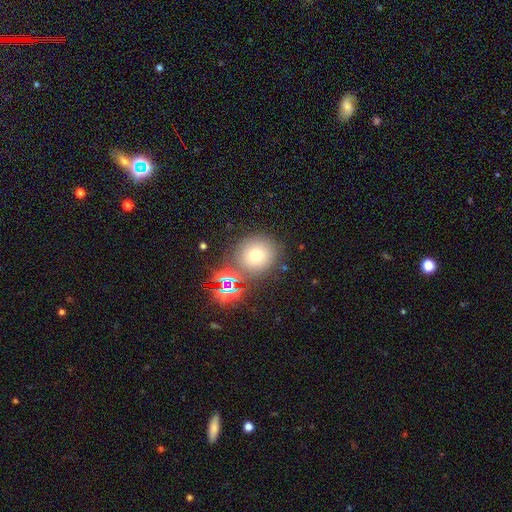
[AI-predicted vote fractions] Smooth or featured? smooth (66%)
How rounded? round (89%)
Merging? none (78%)